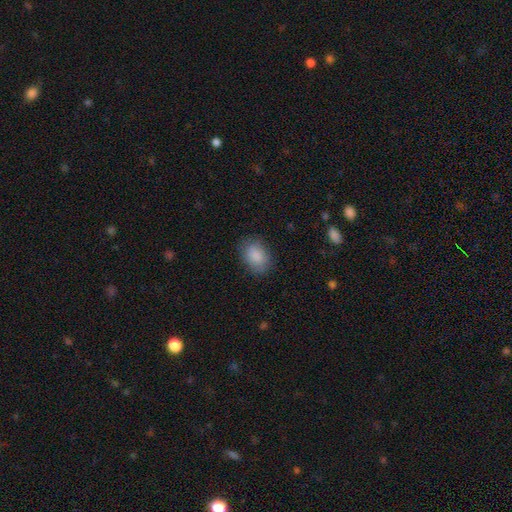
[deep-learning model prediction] This is clearly a smooth galaxy (87%). How rounded: likely in between (78%). Merging: likely none (79%).